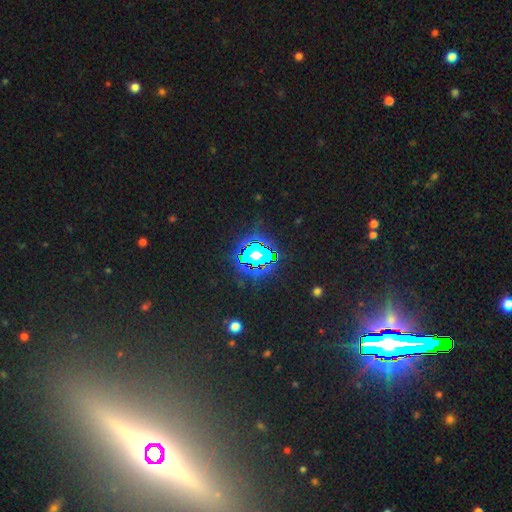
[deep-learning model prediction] Smooth or featured? star or artifact (66%)